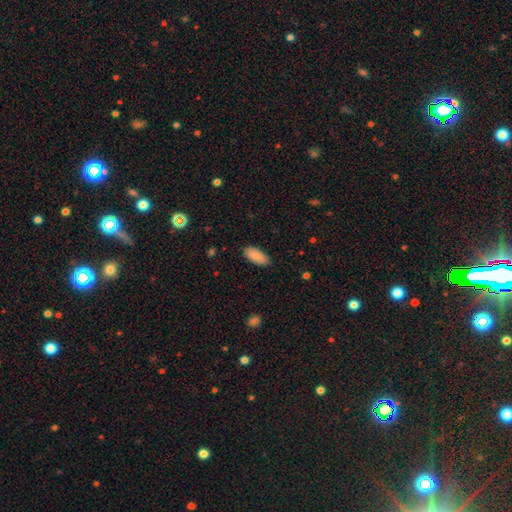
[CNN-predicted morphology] Smooth or featured: smooth — 87% (featured or disk — 7%)
How rounded: in between — 89% (cigar-shaped — 10%)
Merging: none — 87% (minor disturbance — 10%)